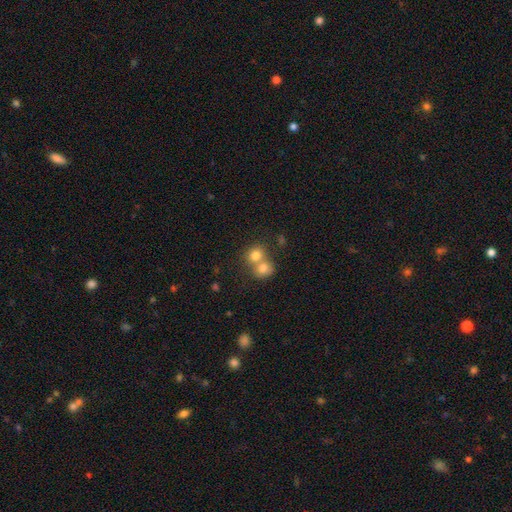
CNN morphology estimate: smooth-or-featured: smooth: 77% | featured or disk: 12% | star or artifact: 11%
  how-rounded: round: 75% | in between: 24% | cigar-shaped: 1%
  merging: merger: 61% | none: 31% | minor disturbance: 5% | major disturbance: 2%